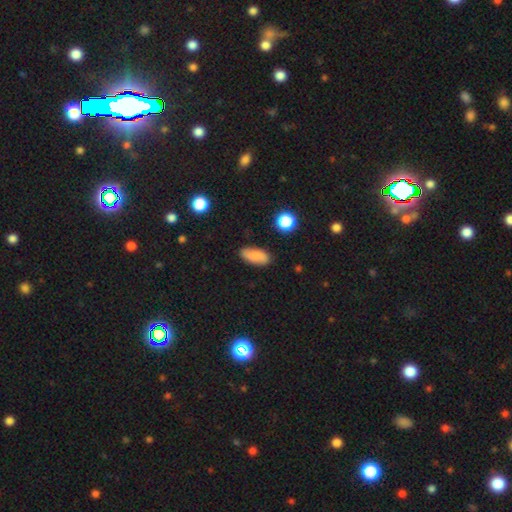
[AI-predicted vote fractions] Smooth or featured: smooth — 74% (featured or disk — 17%)
How rounded: in between — 87% (cigar-shaped — 9%)
Merging: none — 83% (minor disturbance — 12%)